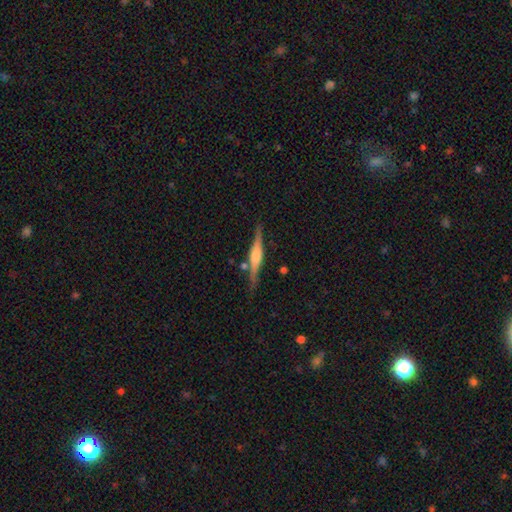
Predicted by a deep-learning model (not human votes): Smooth or featured? featured or disk (77%)
Edge-on disk? yes (98%)
Edge-on bulge? rounded (75%)
Merging? none (84%)